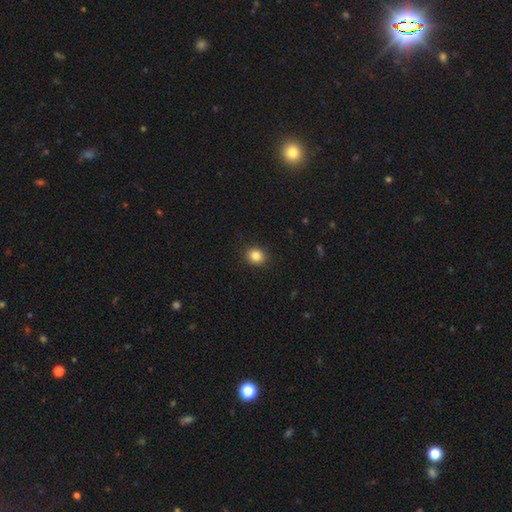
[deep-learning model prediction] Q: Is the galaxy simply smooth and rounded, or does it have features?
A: smooth — 85%.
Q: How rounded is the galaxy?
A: round — 79%.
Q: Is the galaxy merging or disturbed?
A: none — 91%.